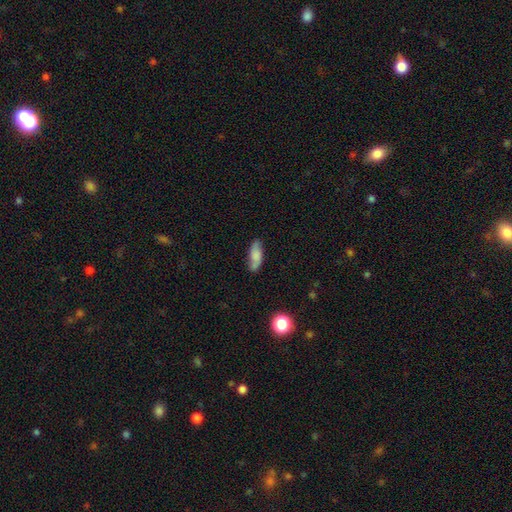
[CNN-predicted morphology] smooth 64%, featured or disk 27%, star or artifact 9%. Down the decision tree: how rounded — in between (71%); merging — none (70%).